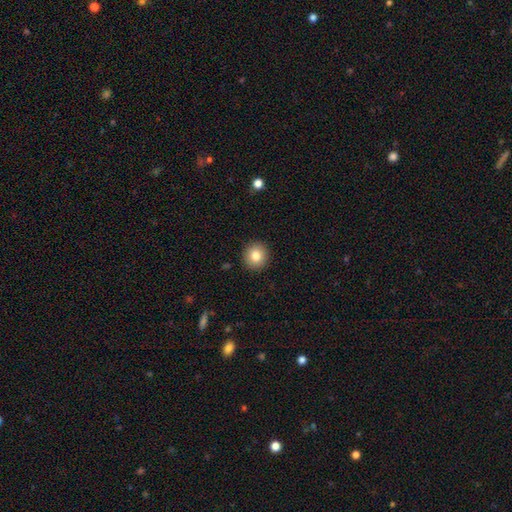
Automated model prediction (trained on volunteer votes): This appears to be a smooth galaxy with no disk features (82%) that is round (92%). Merging: none (92%).